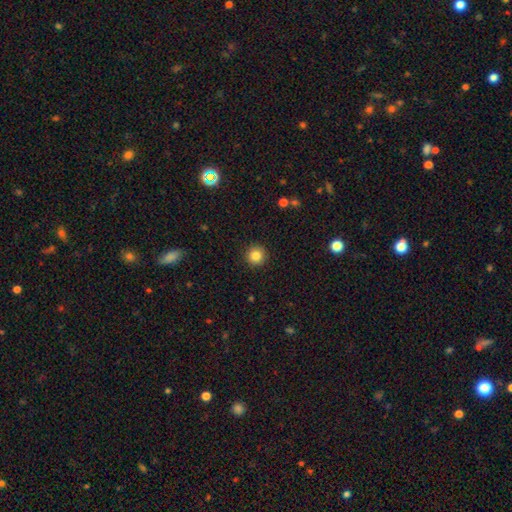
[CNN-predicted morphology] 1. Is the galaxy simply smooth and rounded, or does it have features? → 84% smooth, 11% star or artifact, 5% featured or disk.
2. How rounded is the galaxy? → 95% round, 4% in between, 1% cigar-shaped.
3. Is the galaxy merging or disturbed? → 92% none, 5% minor disturbance, 2% major disturbance, 1% merger.